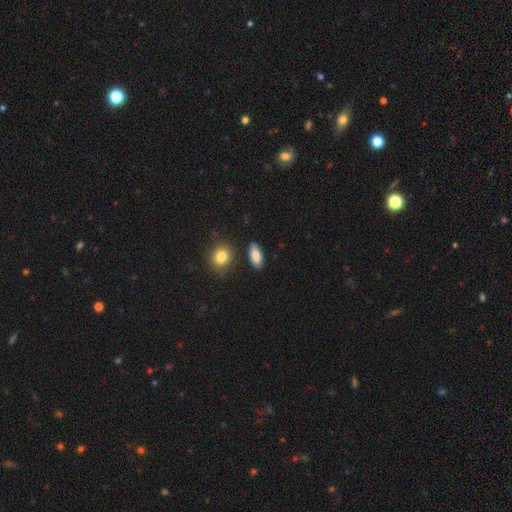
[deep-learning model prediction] smooth-or-featured: smooth: 86% | featured or disk: 8% | star or artifact: 7%
  how-rounded: in between: 85% | cigar-shaped: 12% | round: 3%
  merging: none: 85% | minor disturbance: 10% | merger: 3% | major disturbance: 2%